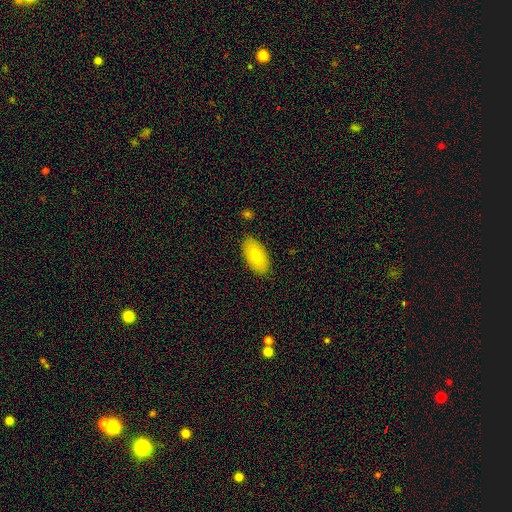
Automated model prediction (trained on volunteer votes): A smooth galaxy with no disk features (73%) that is in between round and cigar-shaped (94%). Merging: none (87%).